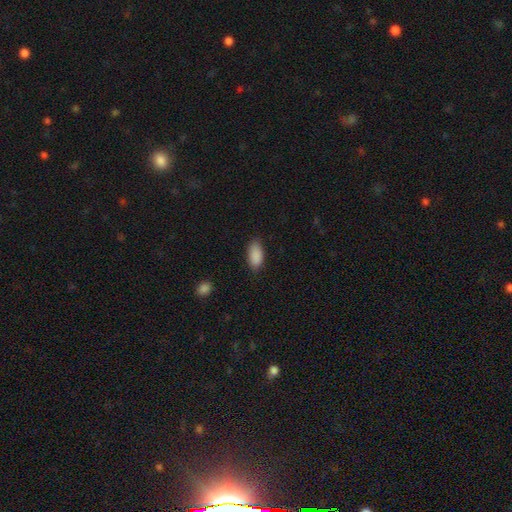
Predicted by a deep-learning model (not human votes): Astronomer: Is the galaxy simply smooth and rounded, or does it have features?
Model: smooth — 90%.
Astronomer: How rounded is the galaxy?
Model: in between — 92%.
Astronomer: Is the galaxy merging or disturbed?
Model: none — 82%.